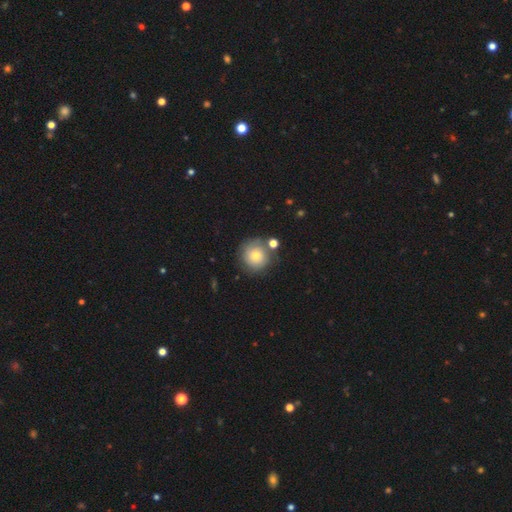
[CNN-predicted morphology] Smooth or featured?
  - smooth: 57% *
  - featured or disk: 33%
  - star or artifact: 10%
How rounded?
  - round: 93% *
  - in between: 6%
  - cigar-shaped: 1%
Merging?
  - none: 69% *
  - minor disturbance: 15%
  - merger: 10%
  - major disturbance: 6%